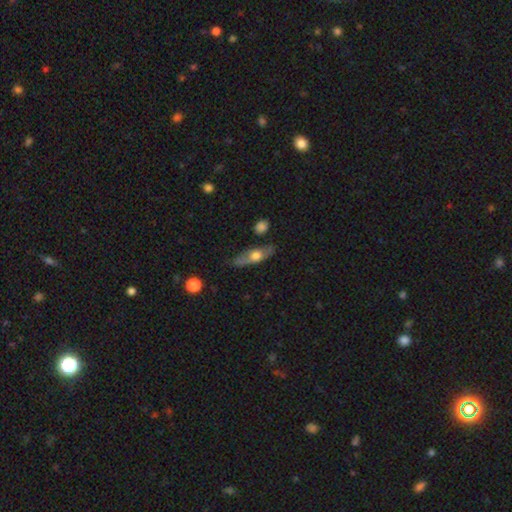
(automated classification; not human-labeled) smooth-or-featured: featured or disk: 50% | smooth: 44% | star or artifact: 6%
  merging: none: 74% | minor disturbance: 18% | major disturbance: 5% | merger: 3%